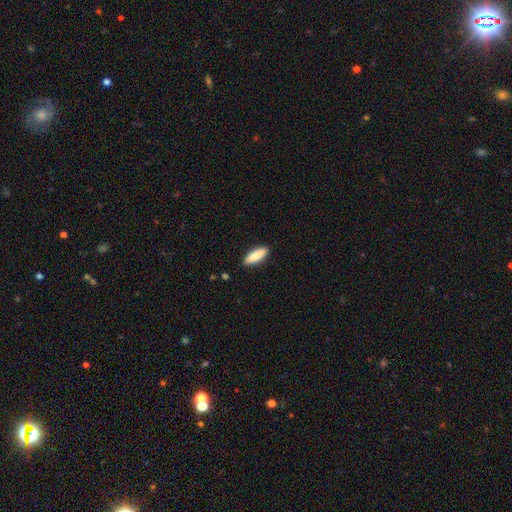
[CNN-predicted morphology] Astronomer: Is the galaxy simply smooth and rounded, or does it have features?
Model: smooth — 82%.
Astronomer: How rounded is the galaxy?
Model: in between — 52% (runner-up: cigar-shaped, 46%).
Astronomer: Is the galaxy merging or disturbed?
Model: none — 89%.